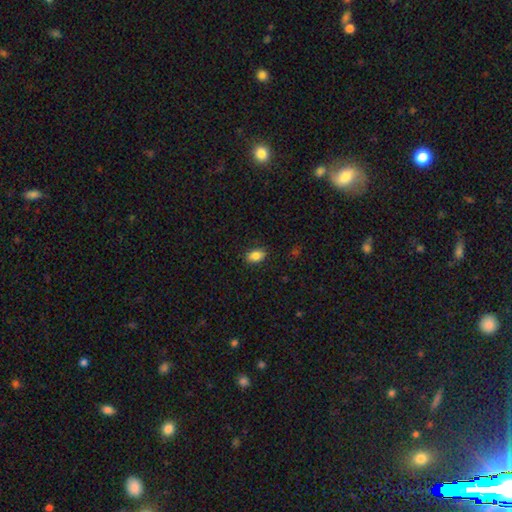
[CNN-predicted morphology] smooth-or-featured: smooth: 84% | star or artifact: 9% | featured or disk: 7%
  how-rounded: in between: 85% | round: 14% | cigar-shaped: 2%
  merging: none: 86% | minor disturbance: 10% | major disturbance: 2% | merger: 1%